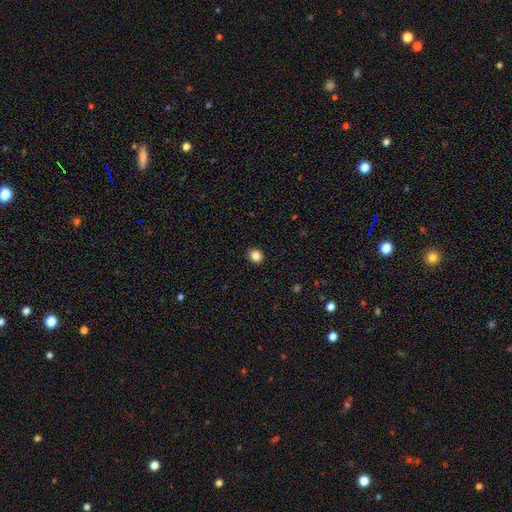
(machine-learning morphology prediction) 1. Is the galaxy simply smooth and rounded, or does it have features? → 85% smooth, 11% star or artifact, 4% featured or disk.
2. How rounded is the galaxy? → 85% round, 14% in between, 1% cigar-shaped.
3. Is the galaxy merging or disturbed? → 92% none, 5% minor disturbance, 2% major disturbance, 1% merger.